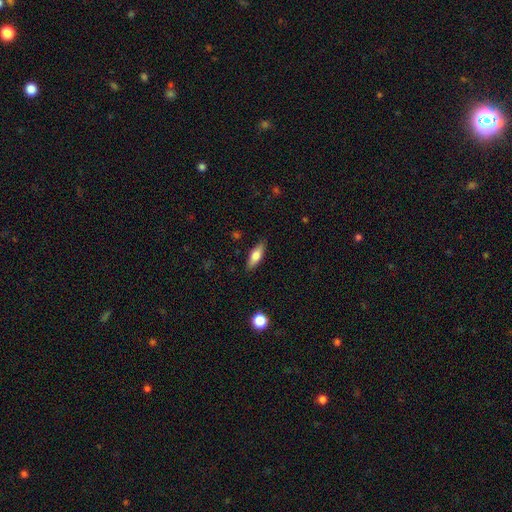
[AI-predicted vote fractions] A smooth galaxy with no disk features (69%) that is in between round and cigar-shaped (59%).

Vote fractions:
- Smooth or featured? smooth: 69% / featured or disk: 24% / star or artifact: 7%
- How rounded? in between: 59% / cigar-shaped: 38% / round: 3%
- Merging? none: 86% / minor disturbance: 10% / major disturbance: 2% / merger: 1%